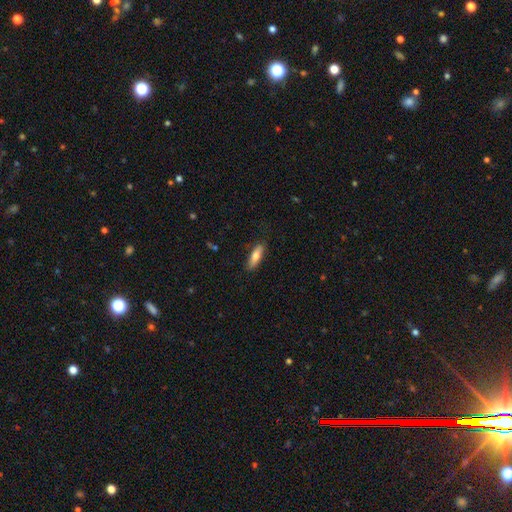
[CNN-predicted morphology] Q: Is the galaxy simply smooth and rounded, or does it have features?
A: smooth — 71%.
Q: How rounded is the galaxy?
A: cigar-shaped — 56%.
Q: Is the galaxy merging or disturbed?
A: none — 83%.